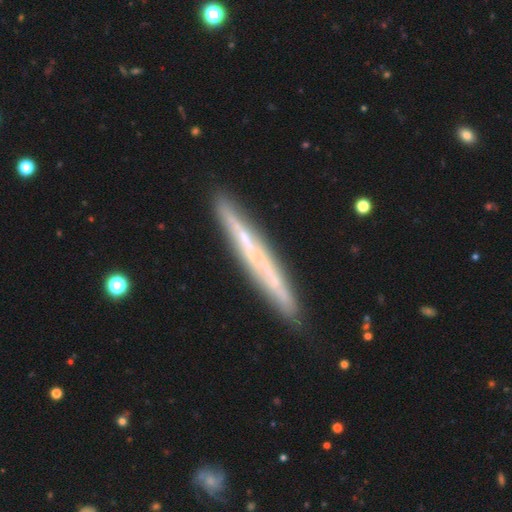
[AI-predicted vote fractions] featured or disk 62%, smooth 31%, star or artifact 6%. Down the decision tree: edge-on disk — yes (92%); edge-on bulge — none (84%); merging — none (86%).